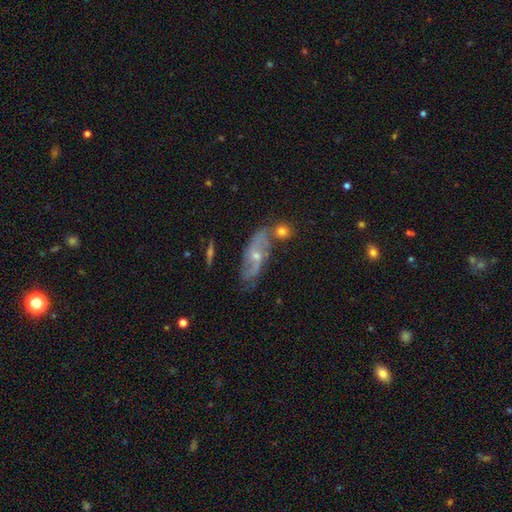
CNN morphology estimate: Smooth or featured?
  - featured or disk: 73% *
  - smooth: 18%
  - star or artifact: 9%
Edge-on disk?
  - no: 85% *
  - yes: 15%
Bar?
  - no: 53% *
  - weak: 37%
  - strong: 10%
Spiral arms?
  - yes: 86% *
  - no: 14%
Spiral winding?
  - loose: 44% *
  - medium: 37%
  - tight: 19%
Spiral arm count?
  - 2: 75% *
  - can't tell: 15%
  - 3: 3%
  - 1: 3%
  - 4: 2%
  - more than 4: 2%
Bulge size?
  - small: 57% *
  - moderate: 39%
  - none: 2%
  - large: 1%
  - dominant: 1%
Merging?
  - none: 62% *
  - minor disturbance: 18%
  - merger: 12%
  - major disturbance: 7%